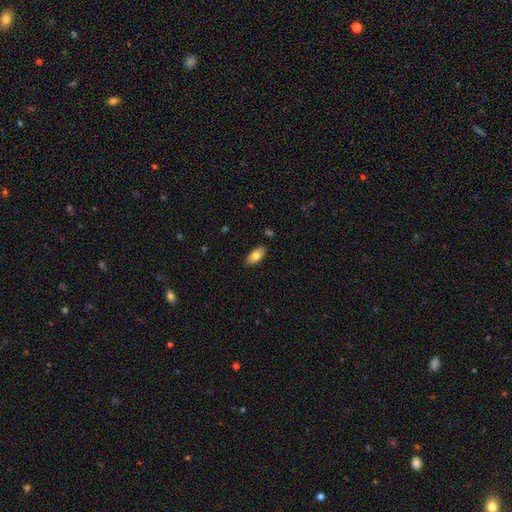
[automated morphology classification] smooth-or-featured: smooth: 79% | featured or disk: 14% | star or artifact: 7%
  how-rounded: in between: 93% | cigar-shaped: 5% | round: 3%
  merging: none: 87% | minor disturbance: 10% | major disturbance: 2% | merger: 1%